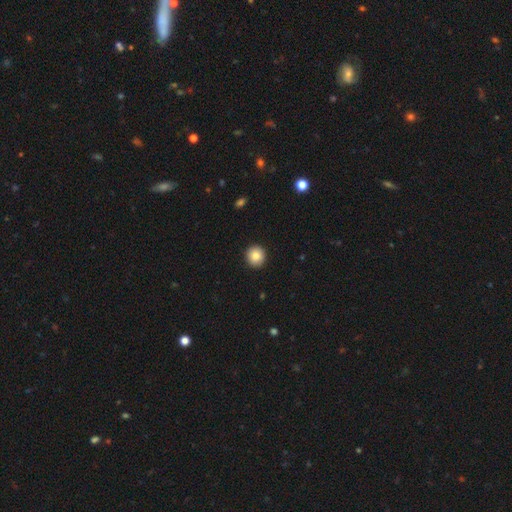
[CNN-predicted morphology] This appears to be a smooth galaxy with no disk features (85%) that is round (92%). Merging: none (92%).